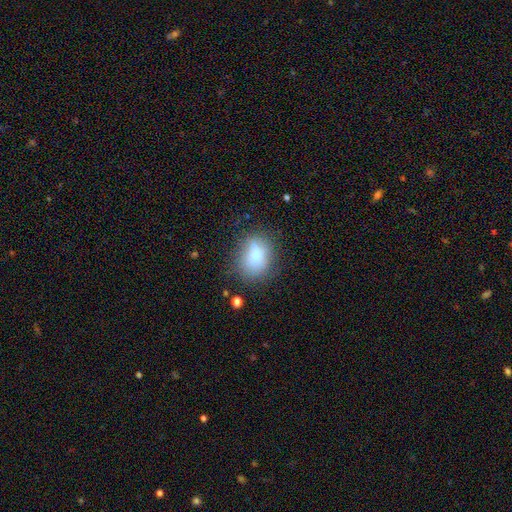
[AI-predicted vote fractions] This appears to be a smooth galaxy with no disk features (76%) that is in between round and cigar-shaped (57%). Merging: none (63%).